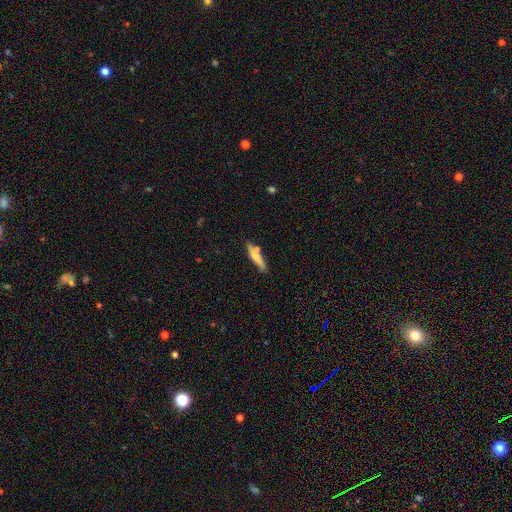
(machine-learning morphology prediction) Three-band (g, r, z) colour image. It shows a smooth galaxy with no disk features (58%) that is cigar-shaped (86%). Merging: none (72%).